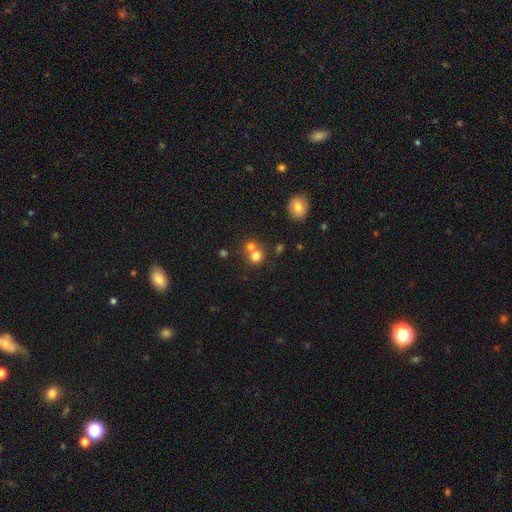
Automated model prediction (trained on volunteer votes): smooth-or-featured: smooth: 76% | star or artifact: 13% | featured or disk: 11%
  how-rounded: round: 84% | in between: 15% | cigar-shaped: 1%
  merging: merger: 47% | none: 44% | minor disturbance: 6% | major disturbance: 3%